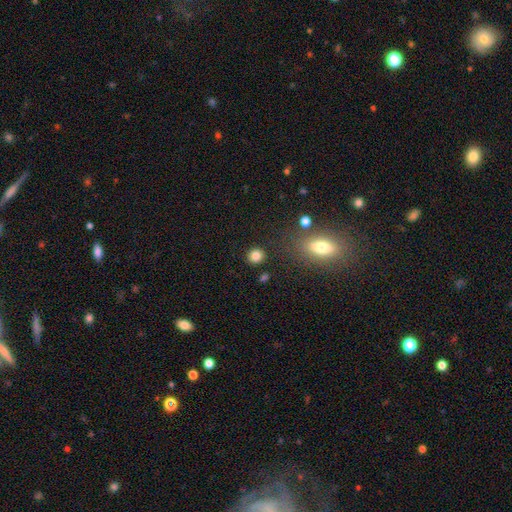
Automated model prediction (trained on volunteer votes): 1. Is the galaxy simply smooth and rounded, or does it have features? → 84% smooth, 11% star or artifact, 5% featured or disk.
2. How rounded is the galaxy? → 87% round, 12% in between, 1% cigar-shaped.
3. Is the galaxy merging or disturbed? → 87% none, 7% minor disturbance, 3% merger, 3% major disturbance.